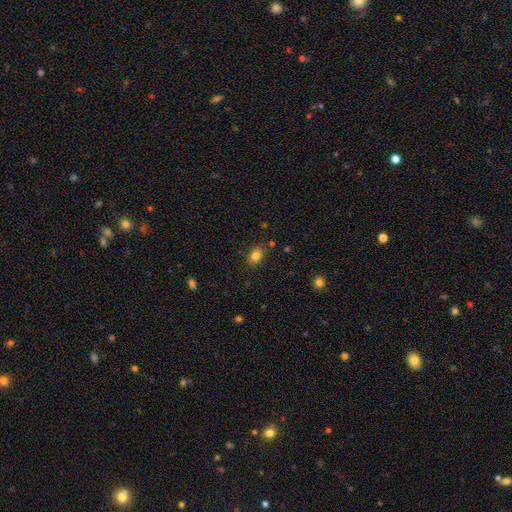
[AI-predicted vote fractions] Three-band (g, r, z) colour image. It shows a smooth galaxy with no disk features (83%) that is in between round and cigar-shaped (73%). Merging: none (82%).